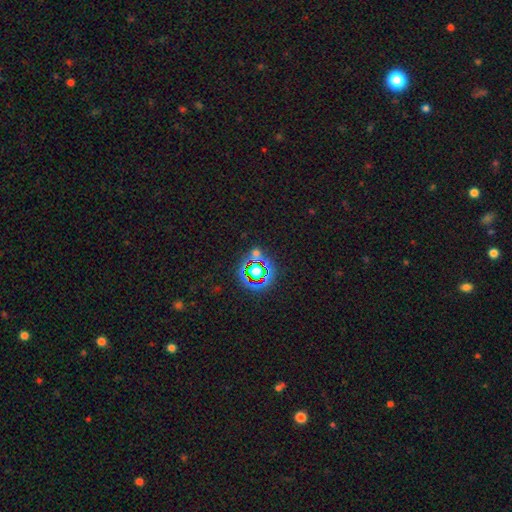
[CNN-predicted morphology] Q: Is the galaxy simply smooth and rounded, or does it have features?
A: star or artifact — 71%.